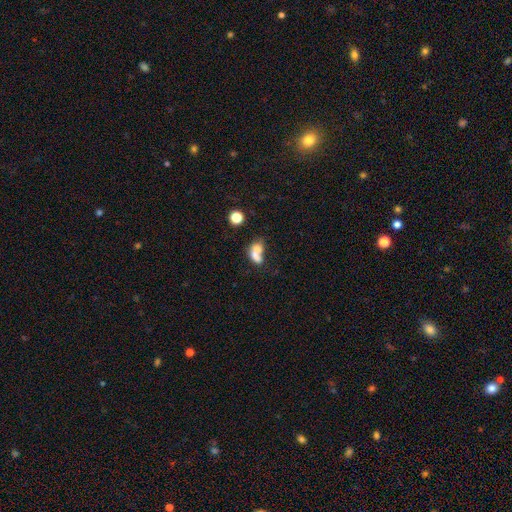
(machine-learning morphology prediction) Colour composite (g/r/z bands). It shows a smooth galaxy with no disk features (66%) that is in between round and cigar-shaped (75%). Merging: merger (56%).